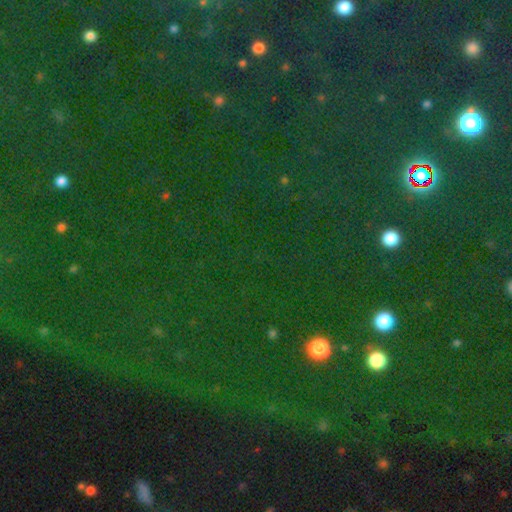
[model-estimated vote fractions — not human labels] Morphology: type=star or artifact (79%).